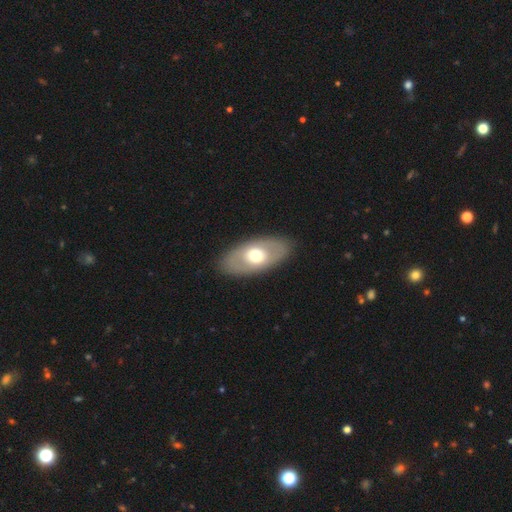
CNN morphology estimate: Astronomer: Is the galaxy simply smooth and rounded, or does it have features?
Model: smooth — 51% (runner-up: featured or disk, 43%).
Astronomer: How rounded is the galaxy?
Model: in between — 90%.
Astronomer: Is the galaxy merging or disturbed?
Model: none — 87%.